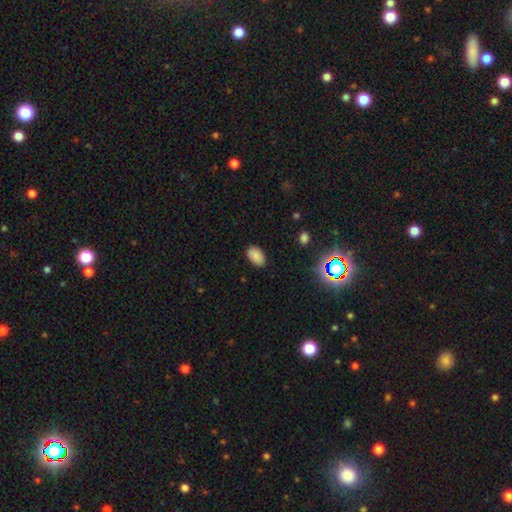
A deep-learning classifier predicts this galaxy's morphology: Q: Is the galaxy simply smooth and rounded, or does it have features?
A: smooth — 85%.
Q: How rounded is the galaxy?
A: in between — 93%.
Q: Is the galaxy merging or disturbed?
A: none — 87%.